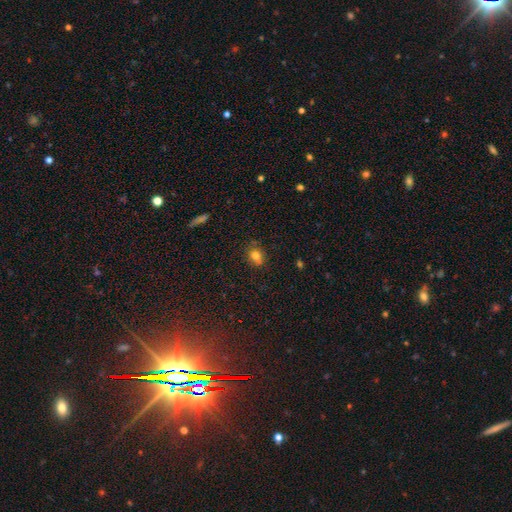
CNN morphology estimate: Smooth or featured? Predicted: smooth (p=0.77). How rounded? Predicted: round (p=0.55). Merging? Predicted: none (p=0.74).